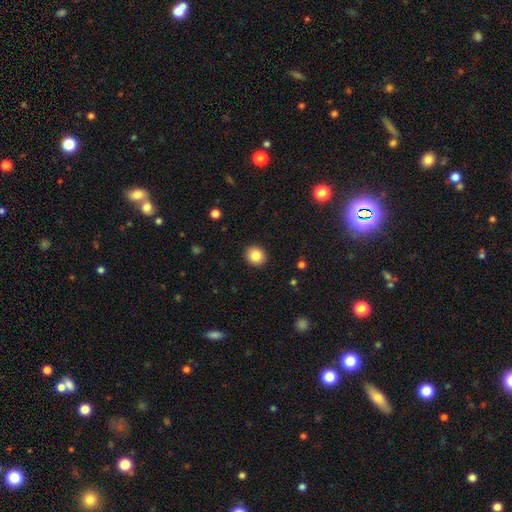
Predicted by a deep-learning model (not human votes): Overall: smooth (85%). How rounded: round (81%). Merging: none (92%).